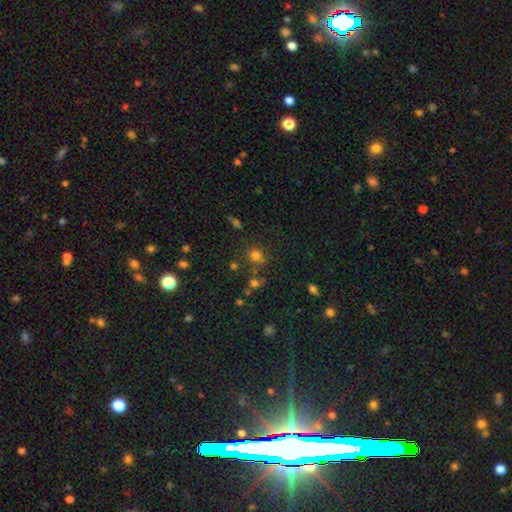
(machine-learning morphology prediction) A smooth galaxy with no disk features (73%) that is round (86%).

Vote fractions:
- Smooth or featured? smooth: 73% / star or artifact: 19% / featured or disk: 8%
- How rounded? round: 86% / in between: 13% / cigar-shaped: 1%
- Merging? none: 71% / minor disturbance: 12% / merger: 11% / major disturbance: 6%